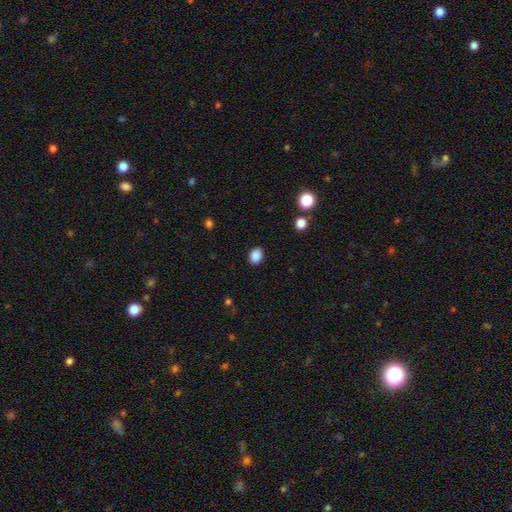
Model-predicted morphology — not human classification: smooth-or-featured: smooth: 88% | star or artifact: 10% | featured or disk: 3%
  how-rounded: in between: 52% | round: 47% | cigar-shaped: 1%
  merging: none: 90% | minor disturbance: 7% | major disturbance: 2% | merger: 1%